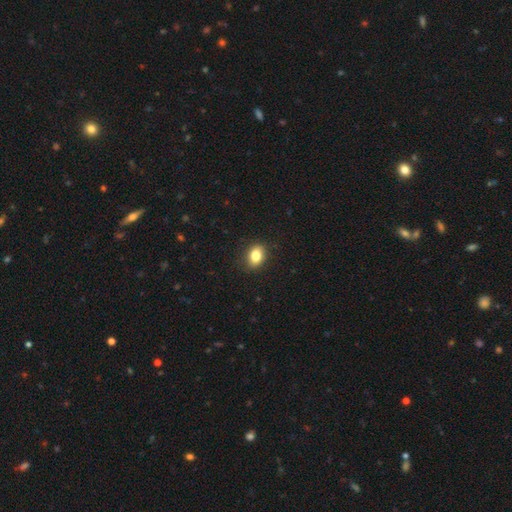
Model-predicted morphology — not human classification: smooth_or_featured: smooth (p=0.83) [alt: star or artifact p=0.09]
how_rounded: in between (p=0.72) [alt: round p=0.27]
merging: none (p=0.87) [alt: minor disturbance p=0.10]